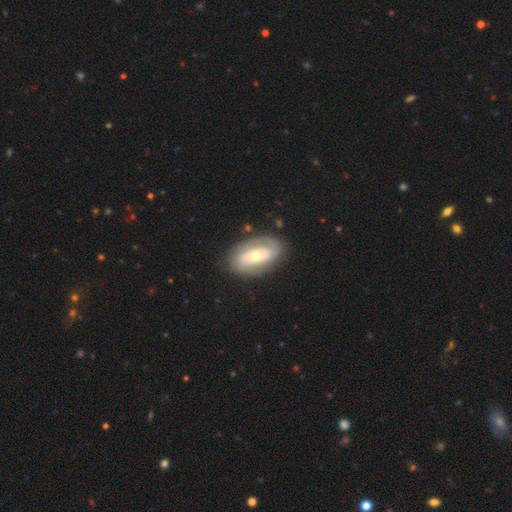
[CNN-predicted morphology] This appears to be a featured or disk galaxy (75%) with no bar (59%), 2 (60%) tight (59%) spiral arms (78%) and a moderate central bulge (56%). Merging: none (79%).